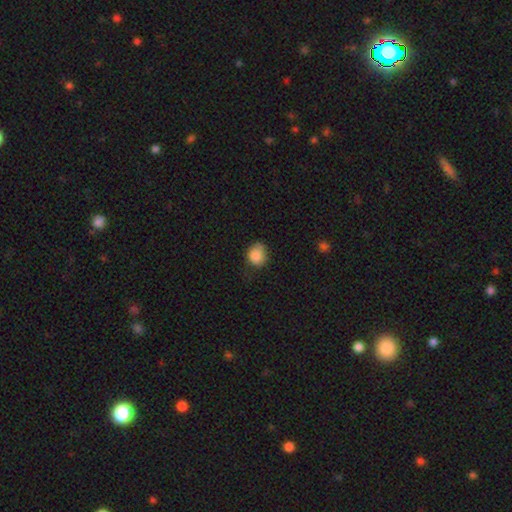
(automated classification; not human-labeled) Smooth or featured: smooth — 85% (star or artifact — 9%)
How rounded: round — 59% (in between — 40%)
Merging: none — 53% (minor disturbance — 36%)